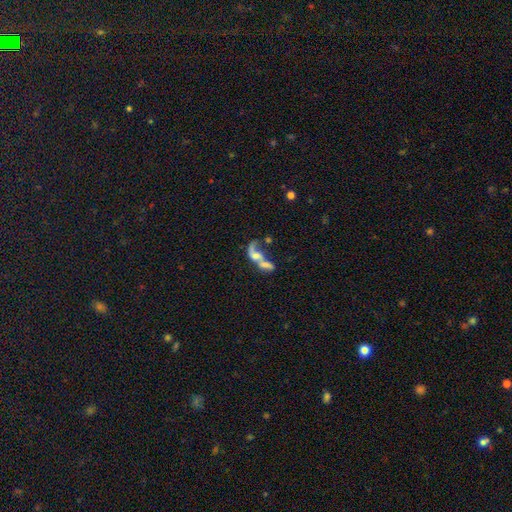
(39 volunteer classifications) A featured or disk galaxy (49%) with no bar (63%), 2 (57%) loose (86%) spiral arms (74%) and a small central bulge (37%).

Vote fractions:
- Smooth or featured? featured or disk: 49% / smooth: 46% / star or artifact: 5%
- Edge-on disk? no: 100% / yes: 0%
- Bar? no: 63% / weak: 32% / strong: 5%
- Spiral arms? yes: 74% / no: 26%
- Spiral winding? loose: 86% / medium: 14% / tight: 0%
- Spiral arm count? 2: 57% / 1: 36% / 4: 7% / 3: 0% / more than 4: 0% / can't tell: 0%
- Bulge size? small: 37% / none: 32% / moderate: 21% / large: 11% / dominant: 0%
- Merging? merger: 57% / none: 27% / major disturbance: 14% / minor disturbance: 3%